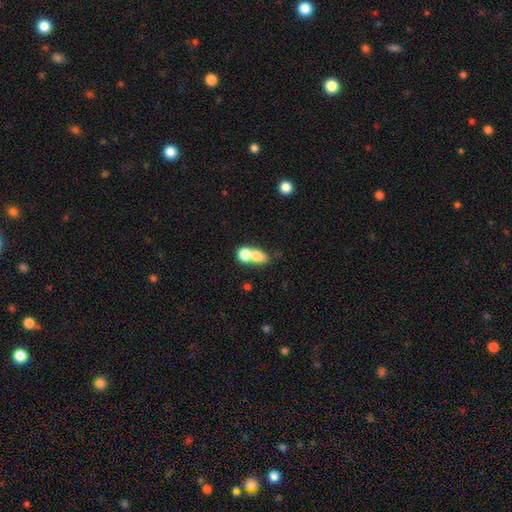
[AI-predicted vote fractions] A smooth galaxy with no disk features (73%) that is in between round and cigar-shaped (54%). Merging: merger (70%).